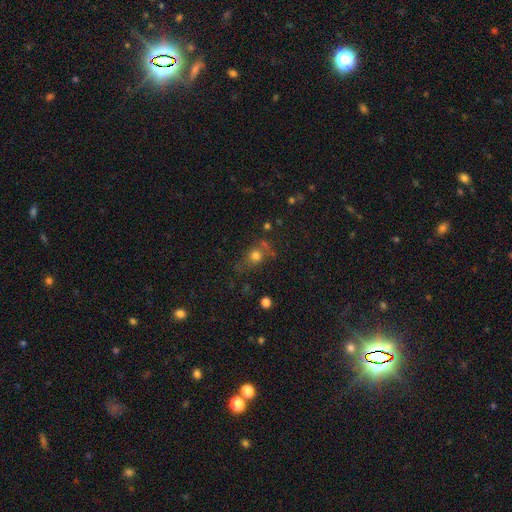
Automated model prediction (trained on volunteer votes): Smooth or featured? smooth (67%)
How rounded? round (63%)
Merging? none (56%)